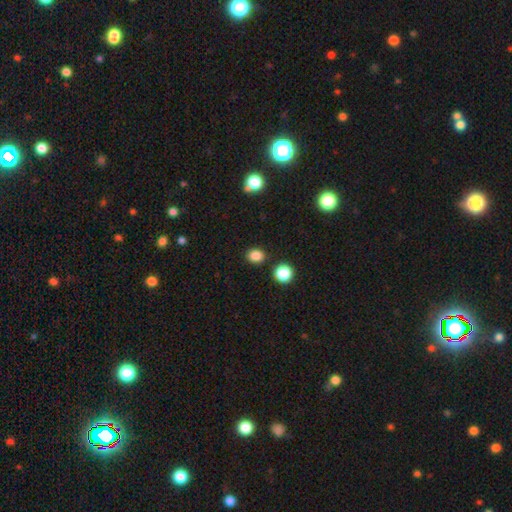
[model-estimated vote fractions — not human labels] smooth 85%, star or artifact 12%, featured or disk 3%. Down the decision tree: how rounded — round (61%); merging — none (86%).